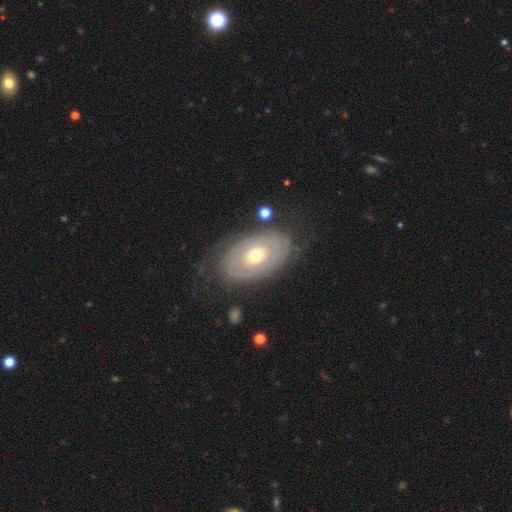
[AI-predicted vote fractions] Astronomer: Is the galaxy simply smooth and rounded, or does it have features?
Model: featured or disk — 66%.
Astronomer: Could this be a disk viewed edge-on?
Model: no — 93%.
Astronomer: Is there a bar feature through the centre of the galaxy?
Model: no — 86%.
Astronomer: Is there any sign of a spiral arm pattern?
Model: yes — 52% (runner-up: no, 48%).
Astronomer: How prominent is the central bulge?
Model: moderate — 62%.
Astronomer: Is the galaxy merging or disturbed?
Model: none — 72%.